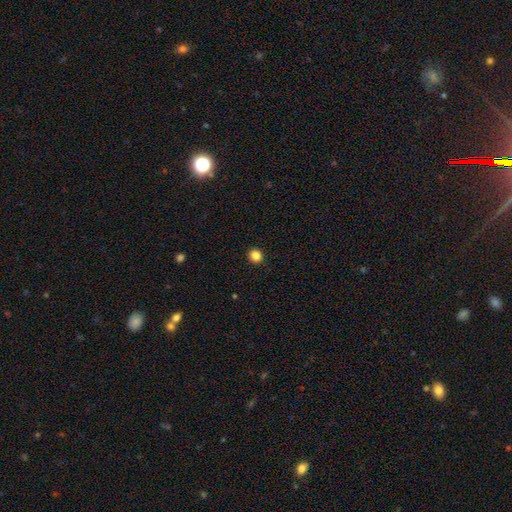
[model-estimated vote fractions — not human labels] A smooth galaxy with no disk features (85%) that is round (83%). Merging: none (93%).